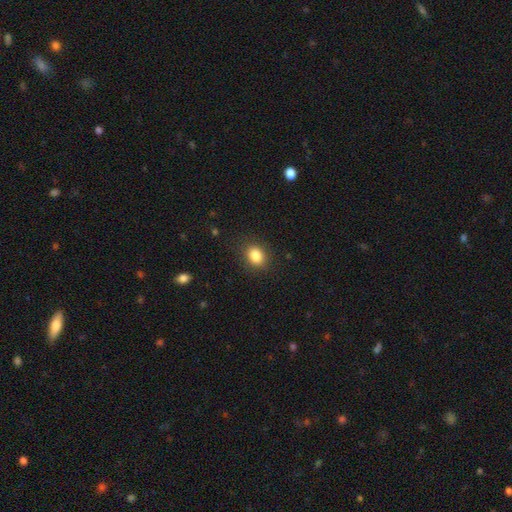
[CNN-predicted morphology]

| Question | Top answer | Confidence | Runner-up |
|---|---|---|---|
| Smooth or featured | smooth | 85% | star or artifact (10%) |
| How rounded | in between | 52% | round (47%) |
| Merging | none | 87% | minor disturbance (9%) |